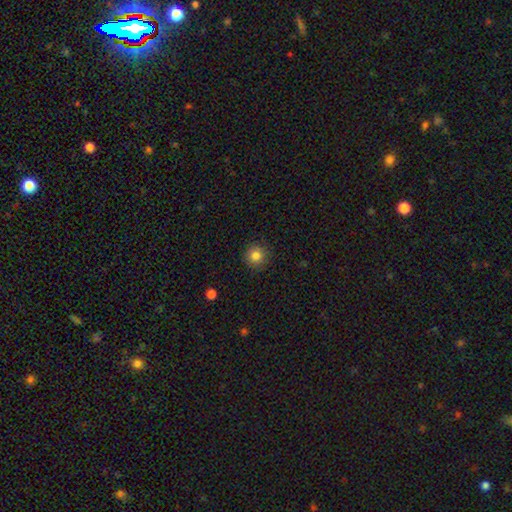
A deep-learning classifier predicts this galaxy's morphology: Overall: smooth (83%). How rounded: round (94%). Merging: none (91%).